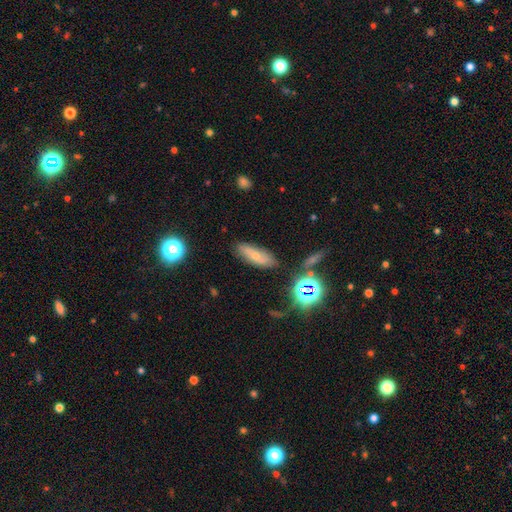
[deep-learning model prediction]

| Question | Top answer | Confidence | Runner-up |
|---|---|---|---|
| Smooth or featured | smooth | 59% | featured or disk (27%) |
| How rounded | in between | 58% | cigar-shaped (38%) |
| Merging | none | 78% | minor disturbance (15%) |